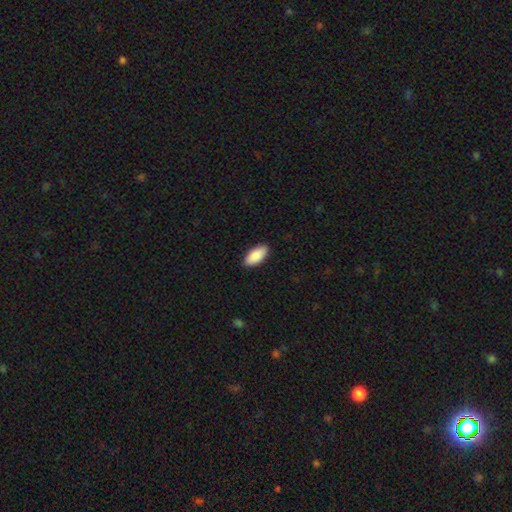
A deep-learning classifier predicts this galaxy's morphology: Q: Smooth or featured?
A: smooth (89%); runner-up: star or artifact (6%)
Q: How rounded?
A: in between (90%); runner-up: cigar-shaped (8%)
Q: Merging?
A: none (89%); runner-up: minor disturbance (9%)